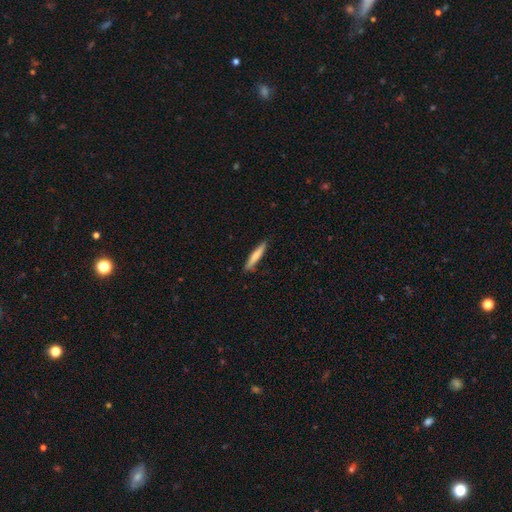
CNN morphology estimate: A smooth galaxy with no disk features (74%) that is cigar-shaped (92%). Merging: none (86%).